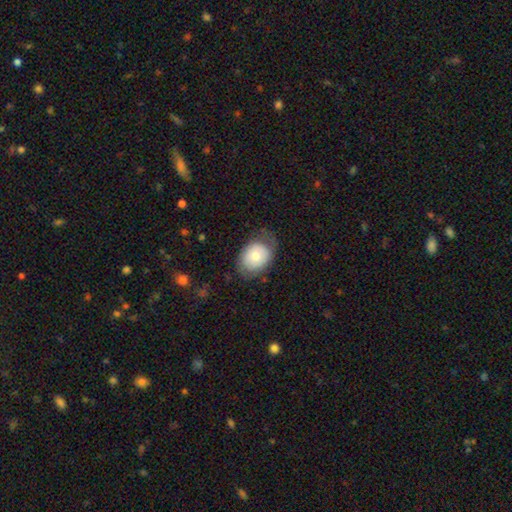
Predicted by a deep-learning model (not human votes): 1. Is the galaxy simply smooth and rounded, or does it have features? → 68% smooth, 25% featured or disk, 7% star or artifact.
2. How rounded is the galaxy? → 66% in between, 34% round, 1% cigar-shaped.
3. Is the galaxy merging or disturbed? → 59% none, 27% minor disturbance, 12% major disturbance, 1% merger.